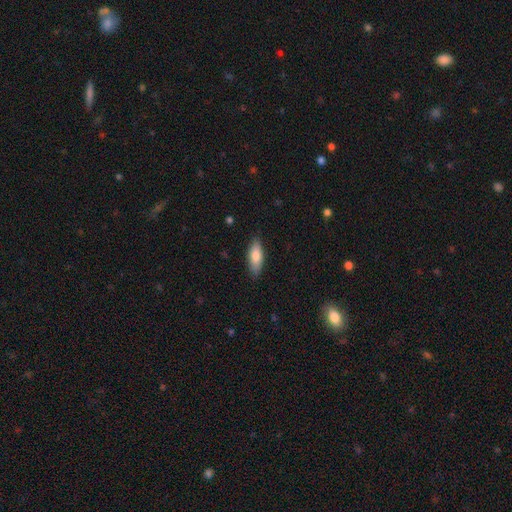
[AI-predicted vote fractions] Morphology: type=smooth (79%); roundness=in between (70%); merging=none (84%).